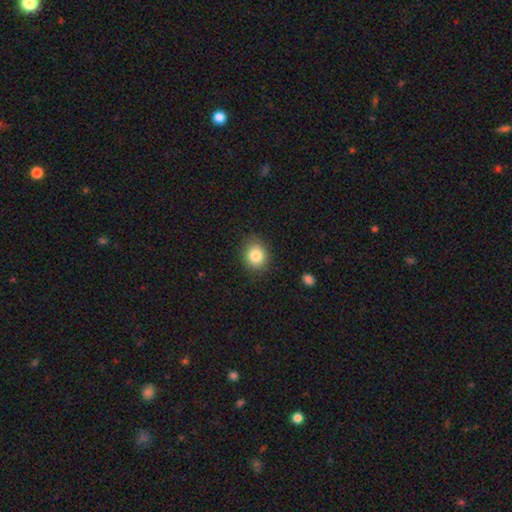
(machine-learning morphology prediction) smooth-or-featured: smooth: 83% | star or artifact: 10% | featured or disk: 7%
  how-rounded: round: 70% | in between: 30% | cigar-shaped: 1%
  merging: none: 84% | minor disturbance: 12% | major disturbance: 3% | merger: 1%